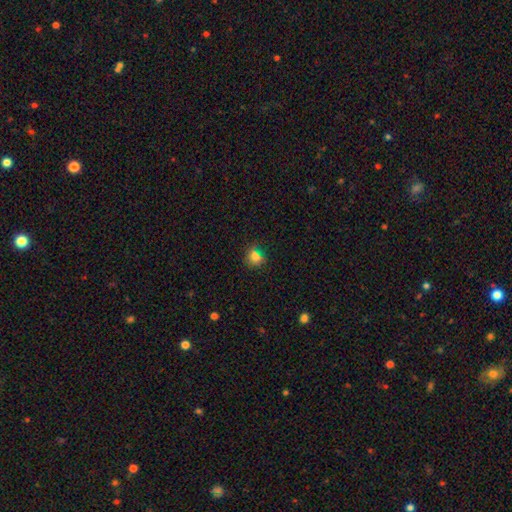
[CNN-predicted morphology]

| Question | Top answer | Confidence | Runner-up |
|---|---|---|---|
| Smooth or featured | smooth | 76% | star or artifact (18%) |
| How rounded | round | 75% | in between (24%) |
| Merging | none | 74% | minor disturbance (17%) |